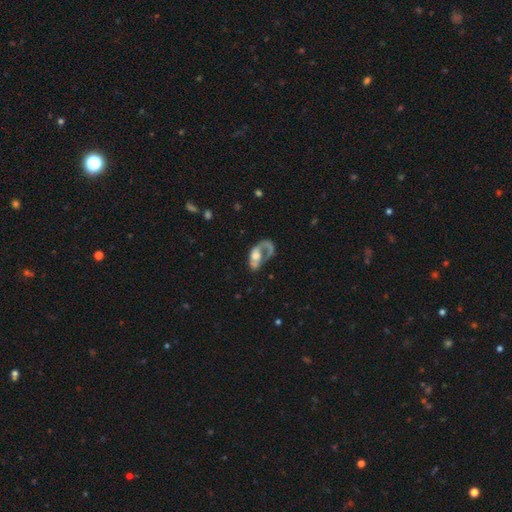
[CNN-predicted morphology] This is likely a featured or disk galaxy (61%). It is clearly not viewed edge-on (94%). Bar: likely no (78%). Spiral arm pattern: possibly yes (55%). Central bulge: marginally moderate (43%). Merging: possibly major disturbance (55%).